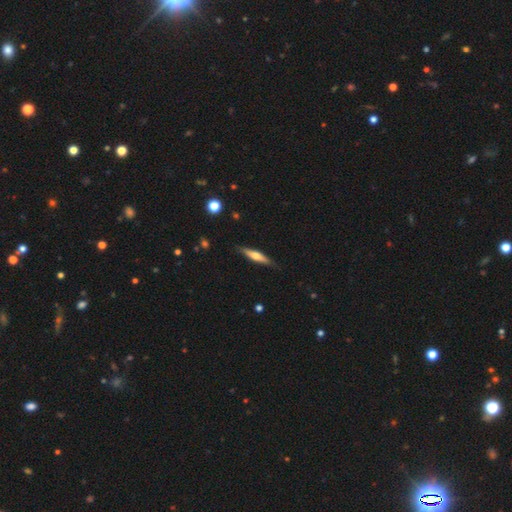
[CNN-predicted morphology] featured or disk 51%, smooth 43%, star or artifact 6%. Down the decision tree: edge-on disk — yes (94%); merging — none (86%).